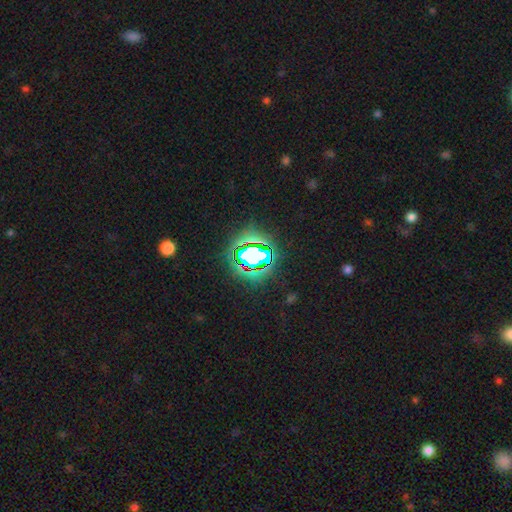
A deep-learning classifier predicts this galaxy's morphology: Smooth or featured?
  - star or artifact: 71% *
  - smooth: 18%
  - featured or disk: 11%